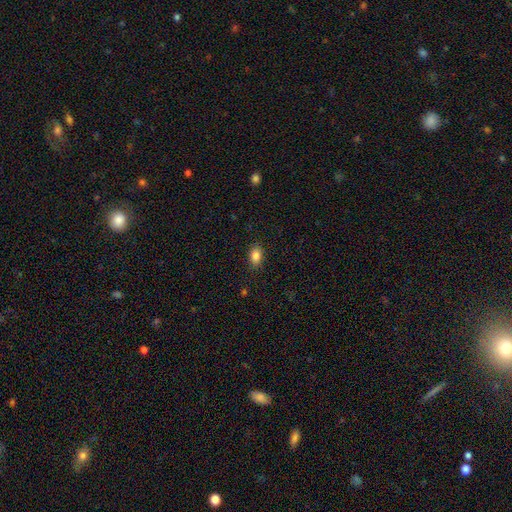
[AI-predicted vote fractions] This is clearly a smooth galaxy (86%). How rounded: clearly in between (84%). Merging: clearly none (88%).